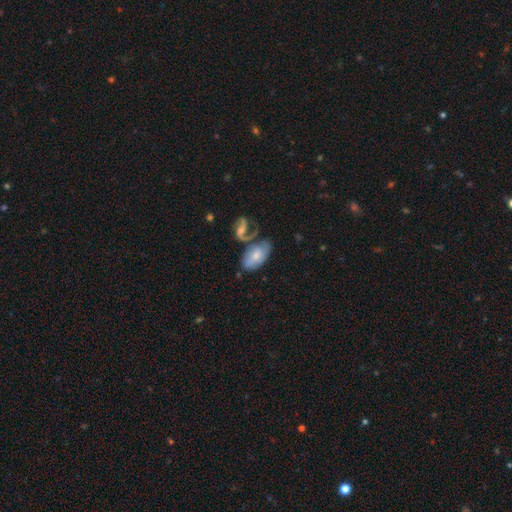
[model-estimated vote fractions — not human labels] The model was most divided on "merging": merger: 33%, none: 31%, minor disturbance: 19%, major disturbance: 17%. More confident: how rounded — in between (92%); smooth or featured — smooth (50%).